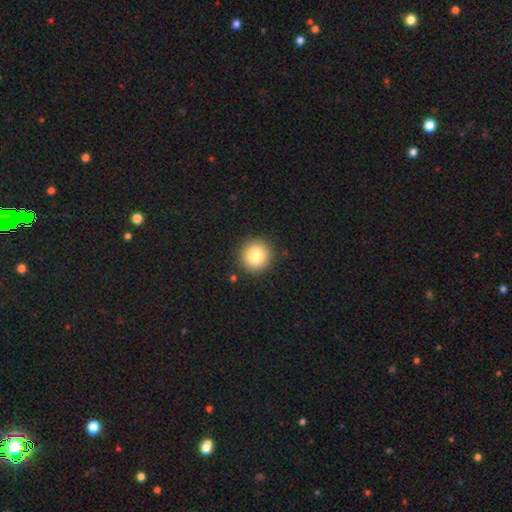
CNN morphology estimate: smooth_or_featured: smooth (p=0.80) [alt: star or artifact p=0.11]
how_rounded: round (p=0.94) [alt: in between p=0.05]
merging: none (p=0.91) [alt: minor disturbance p=0.06]